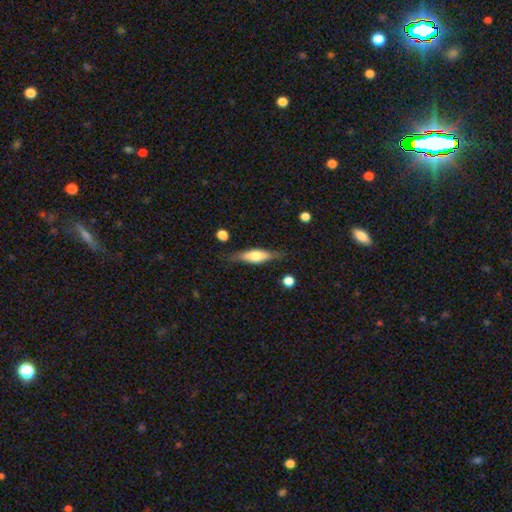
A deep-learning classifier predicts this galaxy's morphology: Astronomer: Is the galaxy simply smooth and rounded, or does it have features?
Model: featured or disk — 50% (runner-up: smooth, 44%).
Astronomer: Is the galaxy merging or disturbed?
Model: none — 80%.